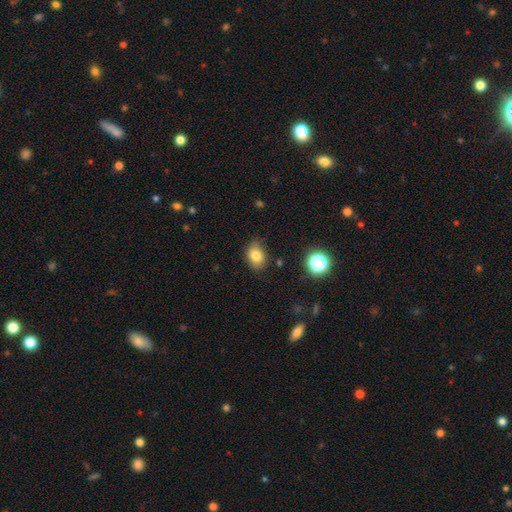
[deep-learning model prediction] A smooth galaxy with no disk features (80%) that is in between round and cigar-shaped (71%).

Vote fractions:
- Smooth or featured? smooth: 80% / star or artifact: 11% / featured or disk: 8%
- How rounded? in between: 71% / round: 28% / cigar-shaped: 1%
- Merging? none: 74% / minor disturbance: 20% / major disturbance: 4% / merger: 2%